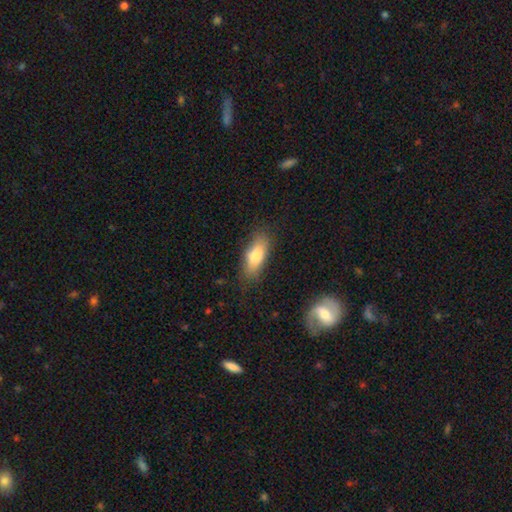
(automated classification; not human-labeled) The model was most divided on "how rounded": in between: 75%, cigar-shaped: 22%, round: 3%. More confident: smooth or featured — smooth (79%); merging — none (77%).